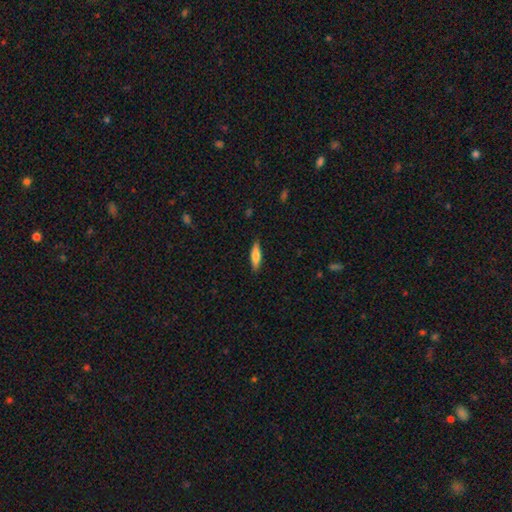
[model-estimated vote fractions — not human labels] A smooth galaxy with no disk features (72%) that is cigar-shaped (63%).

Vote fractions:
- Smooth or featured? smooth: 72% / featured or disk: 22% / star or artifact: 6%
- How rounded? cigar-shaped: 63% / in between: 35% / round: 2%
- Merging? none: 87% / minor disturbance: 10% / major disturbance: 2% / merger: 1%